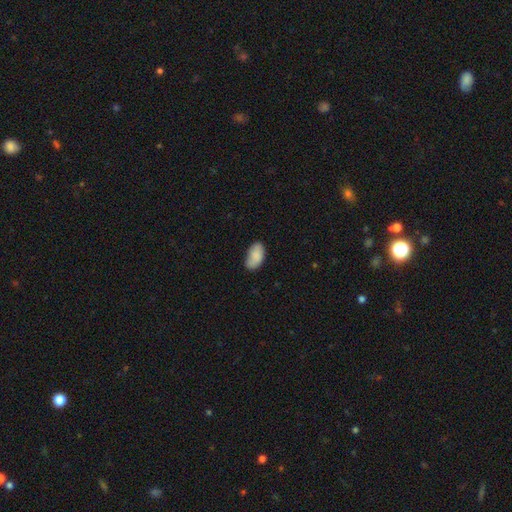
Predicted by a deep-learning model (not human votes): Smooth or featured?
  - smooth: 84% *
  - featured or disk: 9%
  - star or artifact: 7%
How rounded?
  - in between: 94% *
  - round: 4%
  - cigar-shaped: 2%
Merging?
  - none: 67% *
  - minor disturbance: 26%
  - major disturbance: 5%
  - merger: 2%